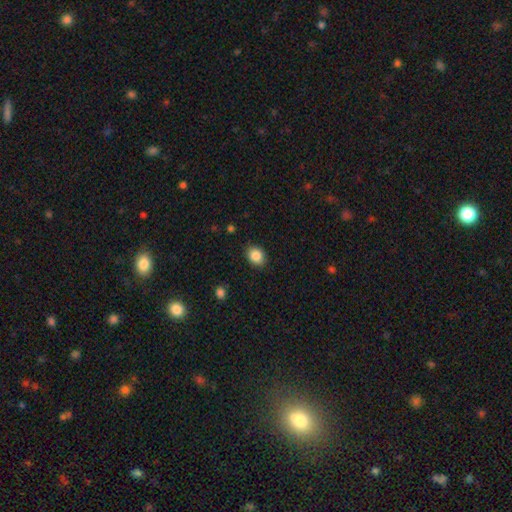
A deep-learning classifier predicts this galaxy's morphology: smooth_or_featured: smooth (p=0.87) [alt: star or artifact p=0.09]
how_rounded: in between (p=0.50) [alt: round p=0.49]
merging: none (p=0.87) [alt: minor disturbance p=0.09]